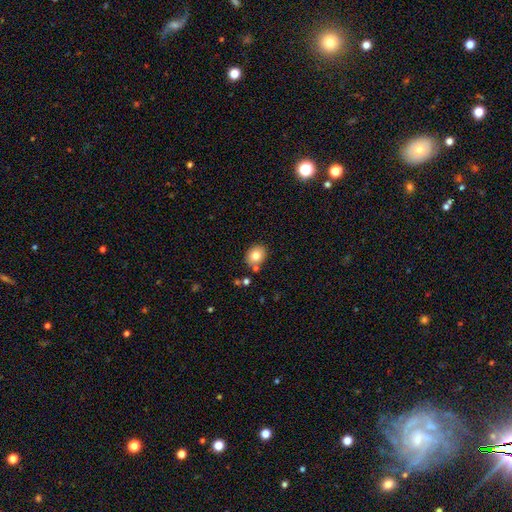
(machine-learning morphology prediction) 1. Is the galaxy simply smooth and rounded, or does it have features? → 80% smooth, 11% featured or disk, 10% star or artifact.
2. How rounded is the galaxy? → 54% round, 45% in between, 1% cigar-shaped.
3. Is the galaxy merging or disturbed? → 79% none, 11% minor disturbance, 7% merger, 3% major disturbance.